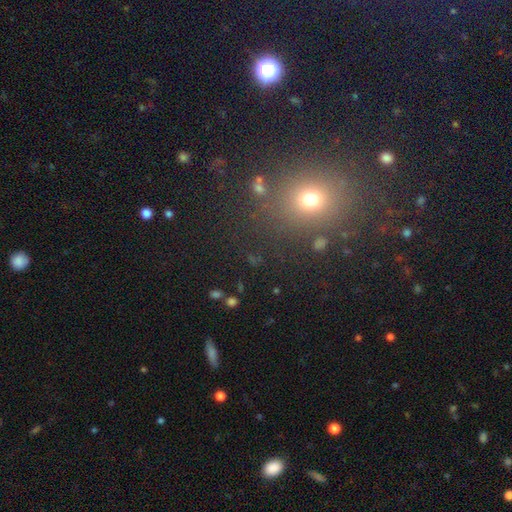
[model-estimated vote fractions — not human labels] Smooth or featured: smooth — 53% (star or artifact — 38%)
How rounded: round — 67% (in between — 32%)
Merging: none — 84% (minor disturbance — 9%)